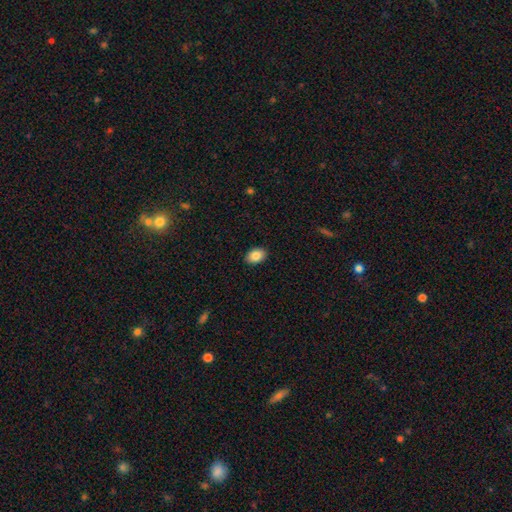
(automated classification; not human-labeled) A smooth galaxy with no disk features (86%) that is in between round and cigar-shaped (82%).

Vote fractions:
- Smooth or featured? smooth: 86% / star or artifact: 8% / featured or disk: 6%
- How rounded? in between: 82% / round: 17% / cigar-shaped: 1%
- Merging? none: 90% / minor disturbance: 7% / major disturbance: 2% / merger: 1%